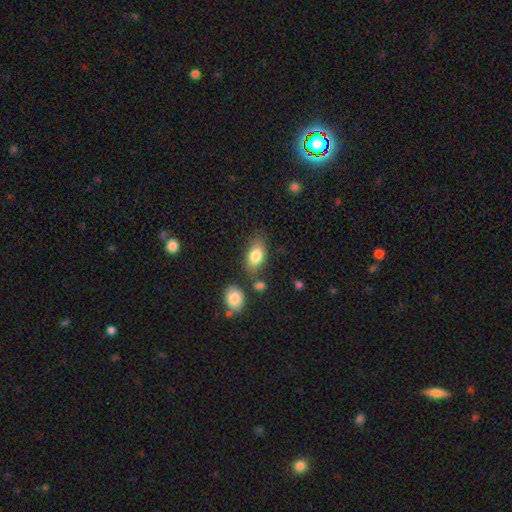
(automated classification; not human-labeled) A smooth galaxy with no disk features (81%) that is in between round and cigar-shaped (88%). Merging: none (72%).